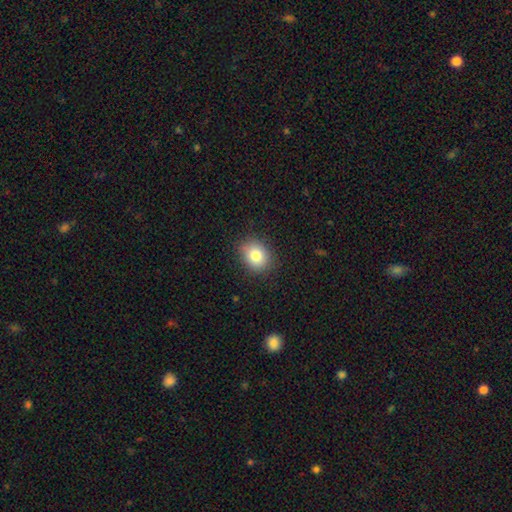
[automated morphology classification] This appears to be a smooth galaxy with no disk features (81%) that is round (59%). Merging: none (84%).